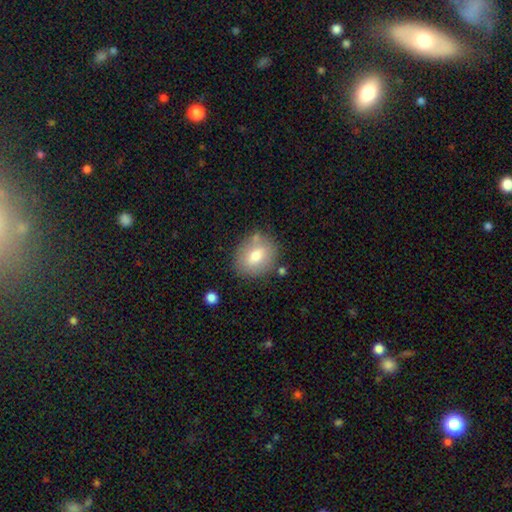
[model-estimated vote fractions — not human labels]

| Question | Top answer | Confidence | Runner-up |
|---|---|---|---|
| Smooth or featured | smooth | 75% | featured or disk (17%) |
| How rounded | in between | 51% | round (48%) |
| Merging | none | 75% | minor disturbance (15%) |